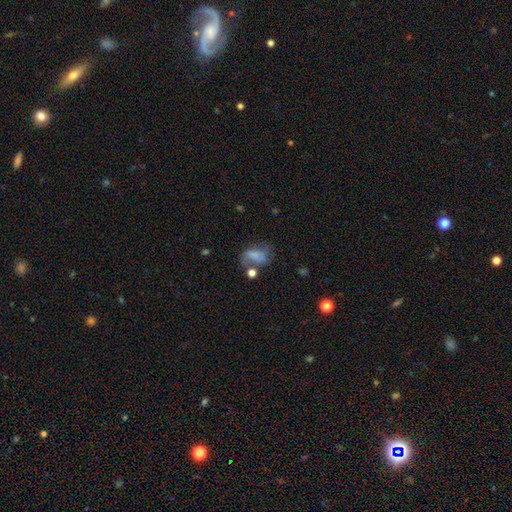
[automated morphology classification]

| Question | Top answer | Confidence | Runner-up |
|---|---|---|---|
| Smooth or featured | smooth | 52% | featured or disk (34%) |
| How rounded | in between | 78% | round (19%) |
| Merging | none | 31% | tied: major disturbance (31%) |